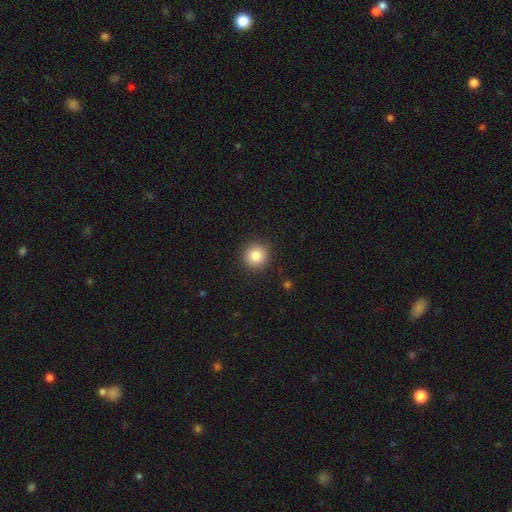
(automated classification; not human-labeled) Smooth or featured? Predicted: smooth (p=0.84). How rounded? Predicted: round (p=0.93). Merging? Predicted: none (p=0.91).